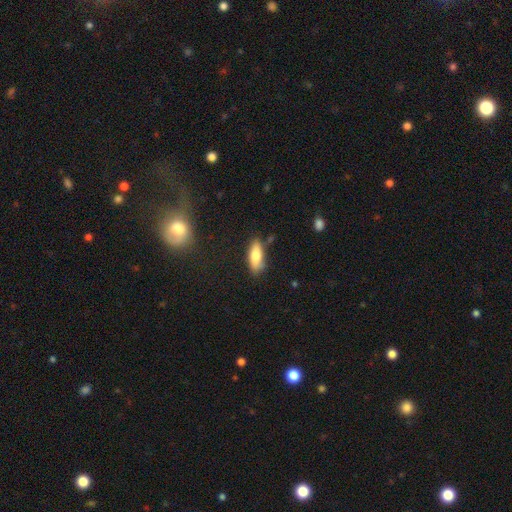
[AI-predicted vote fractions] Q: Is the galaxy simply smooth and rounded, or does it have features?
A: smooth — 79%.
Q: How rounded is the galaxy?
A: in between — 70%.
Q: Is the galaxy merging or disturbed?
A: none — 74%.